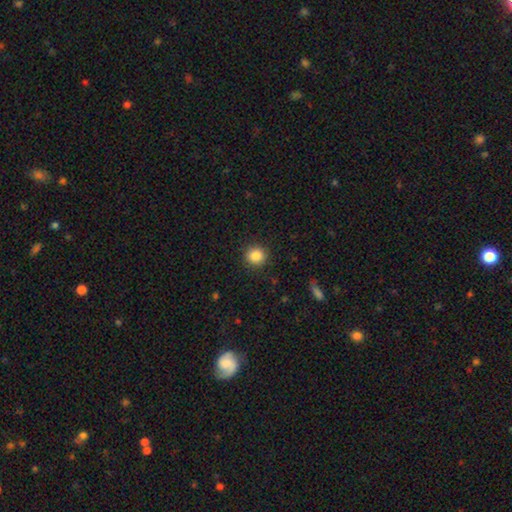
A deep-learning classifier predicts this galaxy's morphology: Overall: smooth (86%). How rounded: round (90%). Merging: none (90%).